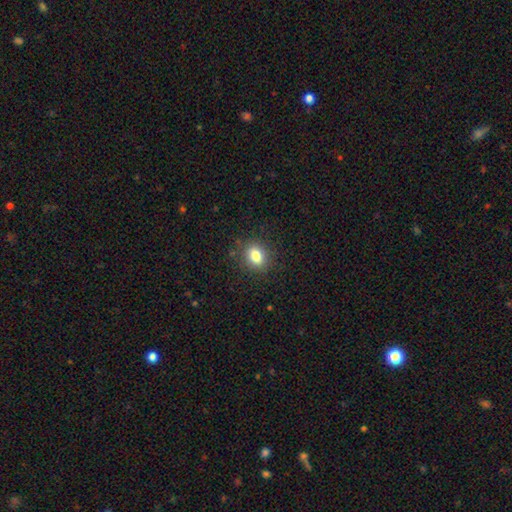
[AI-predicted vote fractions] smooth_or_featured: smooth (p=0.81) [alt: star or artifact p=0.11]
how_rounded: in between (p=0.55) [alt: round p=0.44]
merging: none (p=0.86) [alt: minor disturbance p=0.10]